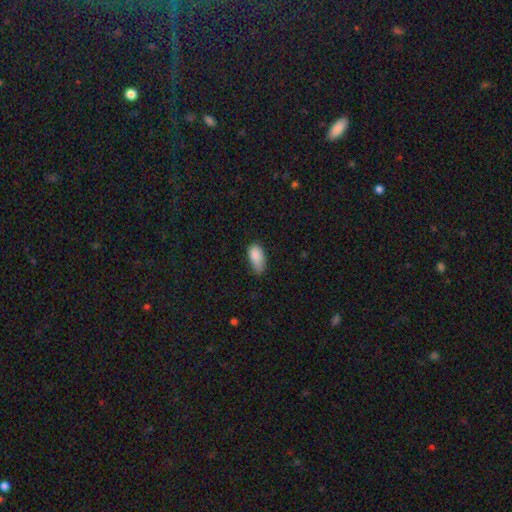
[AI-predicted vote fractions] Morphology: type=smooth (86%); roundness=in between (92%); merging=none (45%).